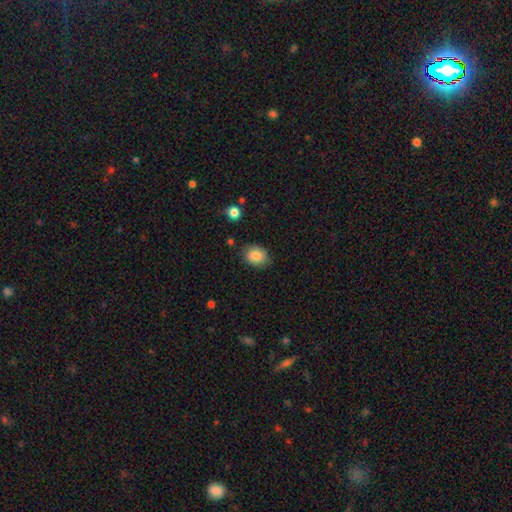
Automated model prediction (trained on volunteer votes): smooth_or_featured: smooth (p=0.86) [alt: star or artifact p=0.08]
how_rounded: round (p=0.51) [alt: in between p=0.48]
merging: none (p=0.82) [alt: minor disturbance p=0.13]